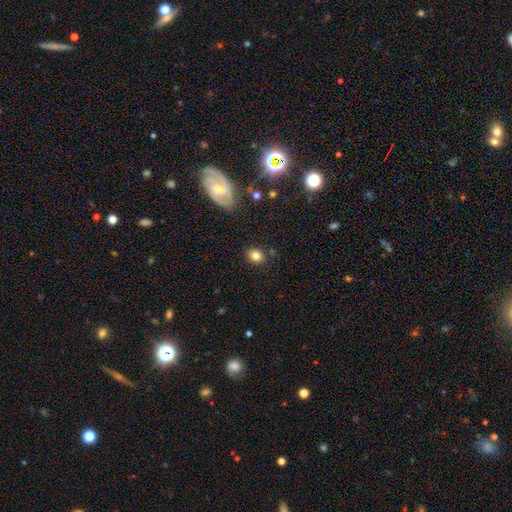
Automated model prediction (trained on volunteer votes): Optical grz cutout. It shows a smooth galaxy with no disk features (81%) that is round (50%). Merging: none (84%).